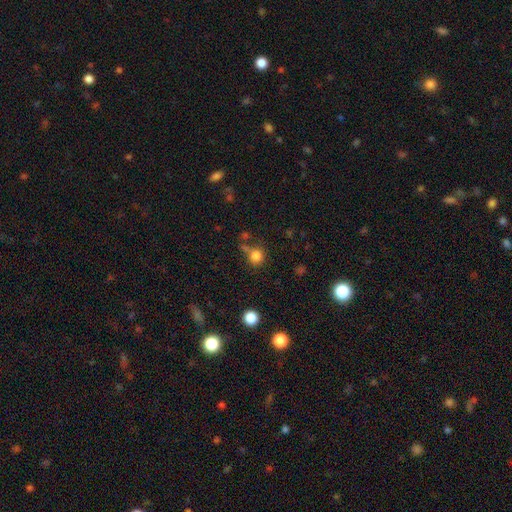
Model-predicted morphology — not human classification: smooth_or_featured: smooth (p=0.81) [alt: star or artifact p=0.13]
how_rounded: round (p=0.89) [alt: in between p=0.10]
merging: none (p=0.67) [alt: merger p=0.14]